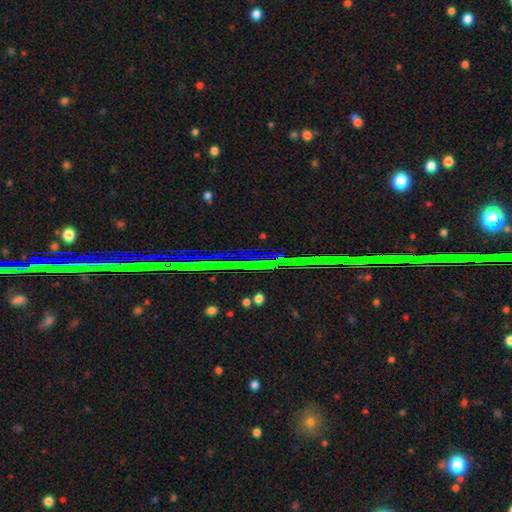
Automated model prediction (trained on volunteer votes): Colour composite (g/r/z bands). It shows a star or artifact, not a galaxy (85%).